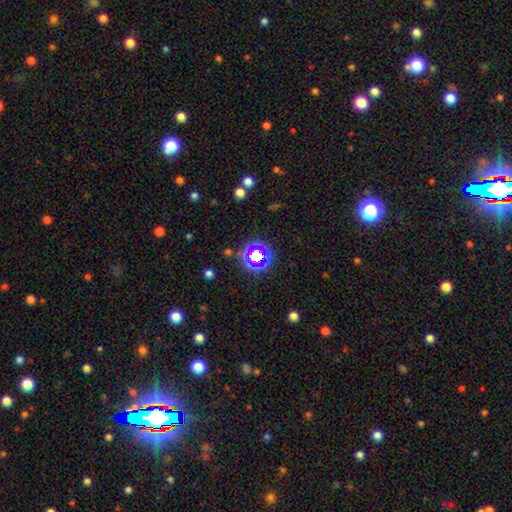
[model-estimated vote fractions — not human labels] Morphology: type=star or artifact (62%).